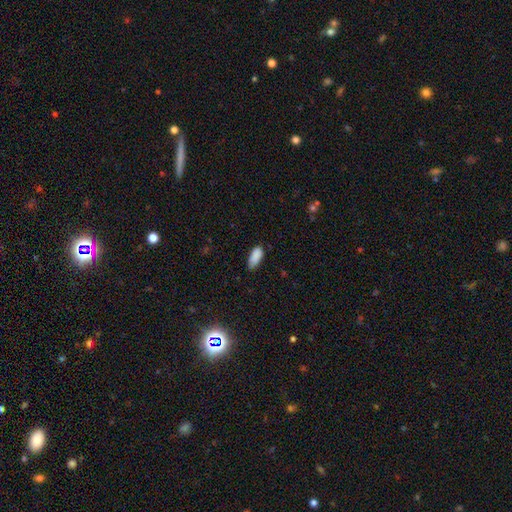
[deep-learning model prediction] A smooth galaxy with no disk features (87%) that is in between round and cigar-shaped (86%). Merging: none (63%).